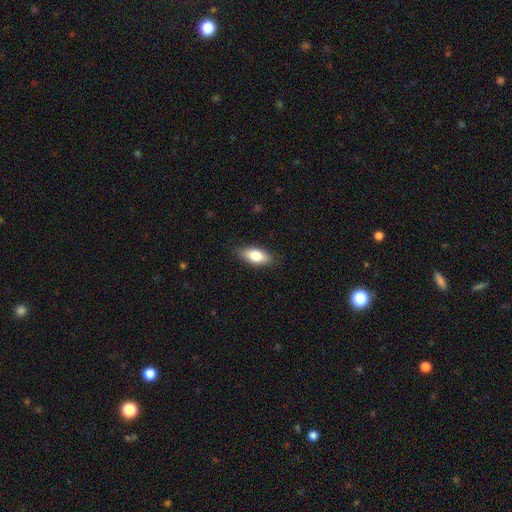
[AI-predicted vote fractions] Q: Smooth or featured?
A: smooth (78%); runner-up: featured or disk (15%)
Q: How rounded?
A: in between (84%); runner-up: cigar-shaped (13%)
Q: Merging?
A: none (86%); runner-up: minor disturbance (11%)